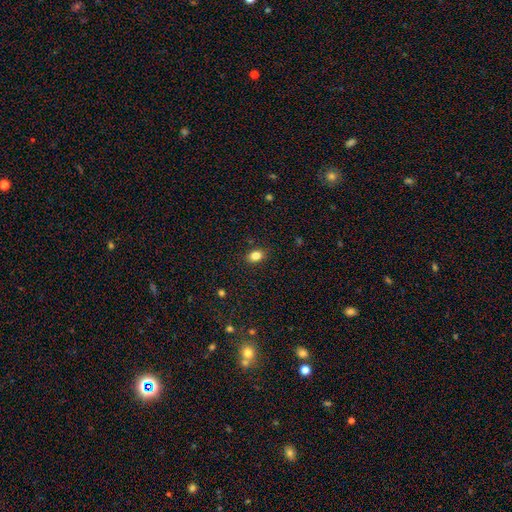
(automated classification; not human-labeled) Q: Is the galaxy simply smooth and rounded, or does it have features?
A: smooth — 84%.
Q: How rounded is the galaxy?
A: in between — 70%.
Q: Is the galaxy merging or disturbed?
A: none — 87%.